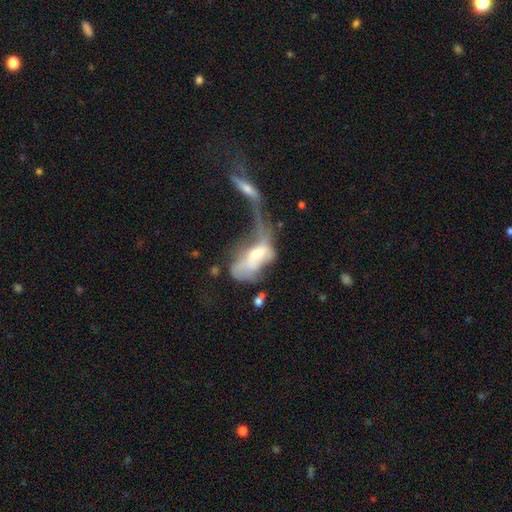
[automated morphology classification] Q: Smooth or featured?
A: featured or disk (49%); runner-up: smooth (41%)
Q: Merging?
A: merger (54%); runner-up: major disturbance (32%)